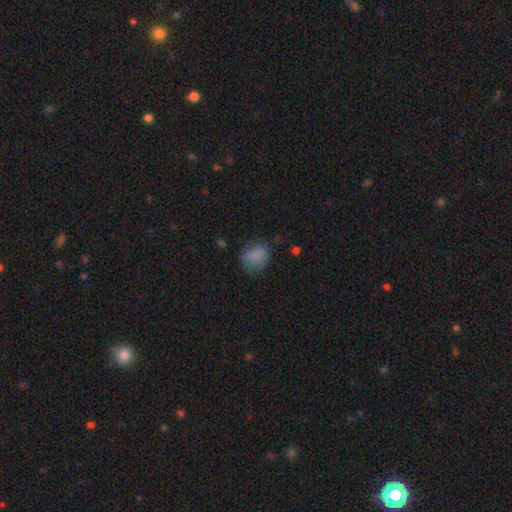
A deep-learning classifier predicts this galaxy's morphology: smooth-or-featured: smooth: 81% | star or artifact: 10% | featured or disk: 8%
  how-rounded: round: 56% | in between: 43% | cigar-shaped: 1%
  merging: none: 63% | minor disturbance: 25% | major disturbance: 10% | merger: 2%